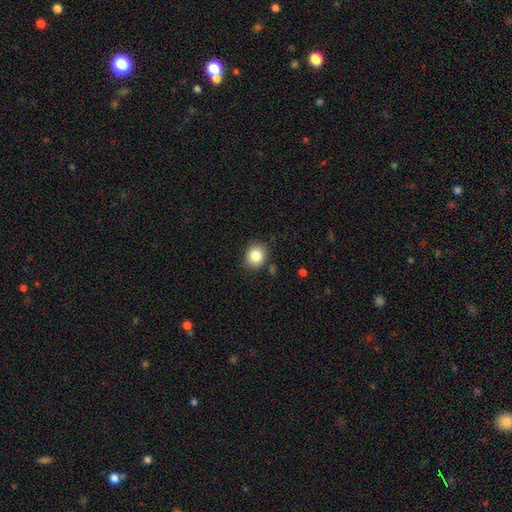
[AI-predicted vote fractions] smooth 84%, star or artifact 10%, featured or disk 6%. Down the decision tree: how rounded — round (72%); merging — none (85%).